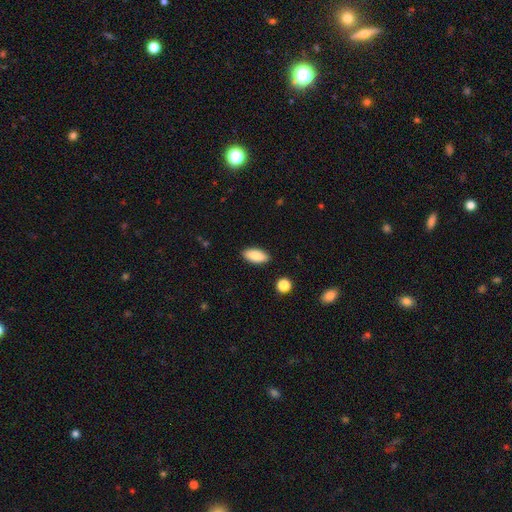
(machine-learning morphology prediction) smooth 86%, featured or disk 7%, star or artifact 7%. Down the decision tree: how rounded — in between (88%); merging — none (88%).